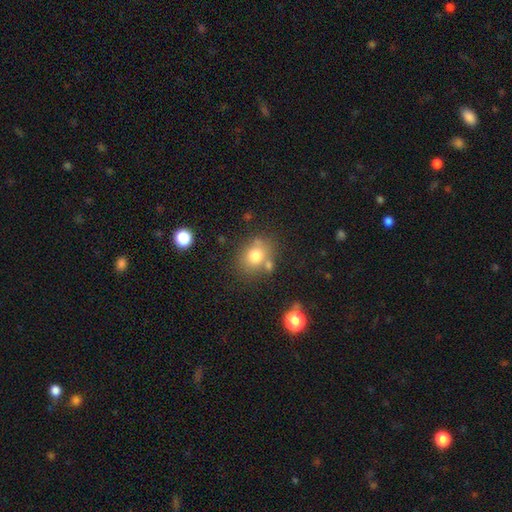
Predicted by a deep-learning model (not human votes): This is likely a smooth galaxy (76%). How rounded: possibly round (59%). Merging: likely none (63%).